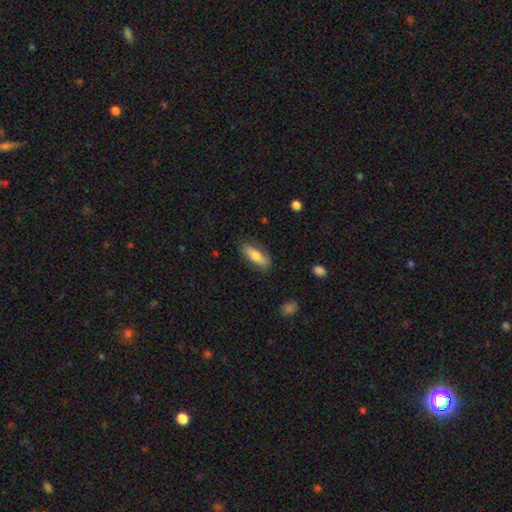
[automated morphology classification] This is likely a smooth galaxy (73%). How rounded: possibly in between (60%). Merging: likely none (80%).